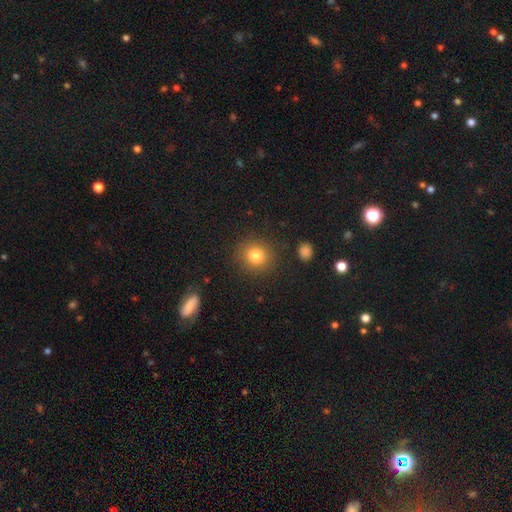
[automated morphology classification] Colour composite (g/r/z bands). It shows a smooth galaxy with no disk features (81%) that is round (86%). Merging: none (88%).